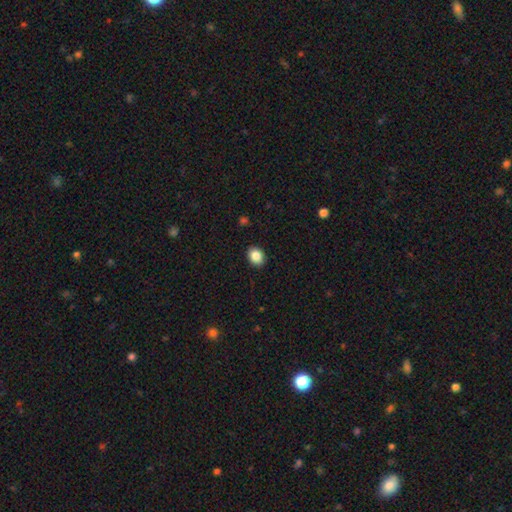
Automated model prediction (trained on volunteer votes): Smooth or featured?
  - smooth: 86% *
  - star or artifact: 9%
  - featured or disk: 5%
How rounded?
  - in between: 57% *
  - round: 42%
  - cigar-shaped: 1%
Merging?
  - none: 90% *
  - minor disturbance: 7%
  - major disturbance: 2%
  - merger: 1%